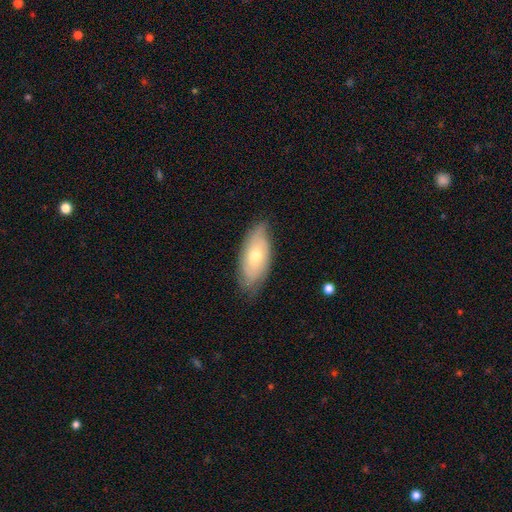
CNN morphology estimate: Q: Smooth or featured?
A: smooth (48%); runner-up: featured or disk (46%)
Q: Merging?
A: none (72%); runner-up: minor disturbance (23%)